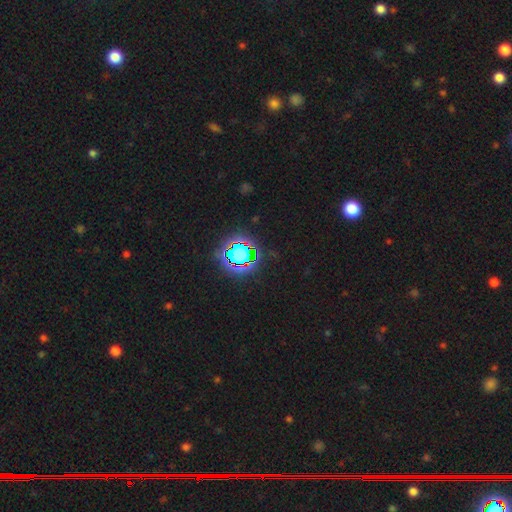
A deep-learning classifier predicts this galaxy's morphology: The model was most divided on "smooth or featured": star or artifact: 82%, smooth: 11%, featured or disk: 7%.